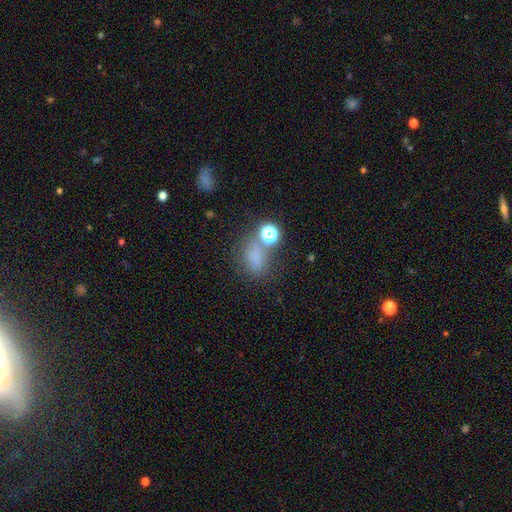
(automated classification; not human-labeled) A smooth galaxy with no disk features (63%) that is in between round and cigar-shaped (59%). Merging: none (55%).